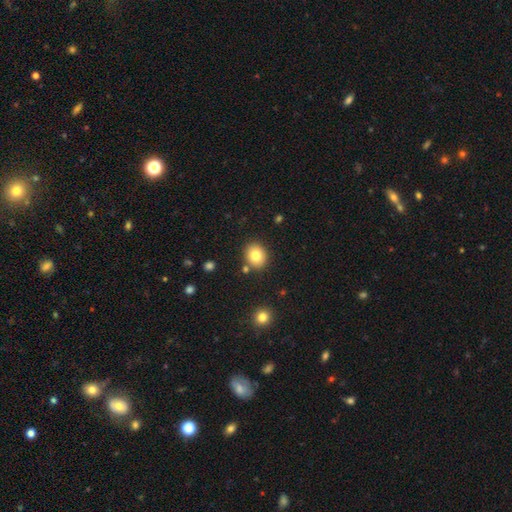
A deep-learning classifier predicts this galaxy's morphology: A smooth galaxy with no disk features (81%) that is round (67%). Merging: none (84%).